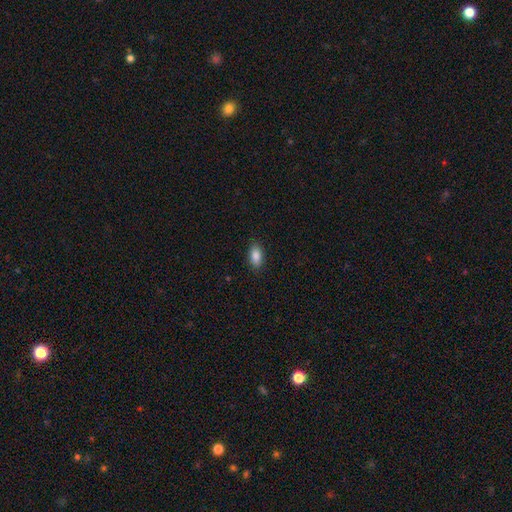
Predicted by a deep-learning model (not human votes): Morphology: type=smooth (89%); roundness=in between (92%); merging=none (89%).